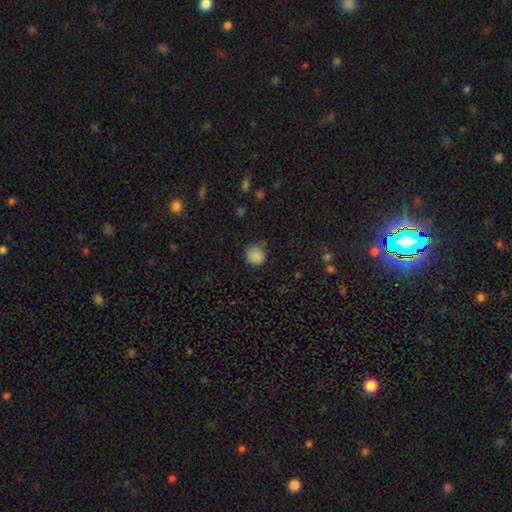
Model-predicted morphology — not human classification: Smooth or featured? smooth (86%)
How rounded? round (89%)
Merging? none (81%)